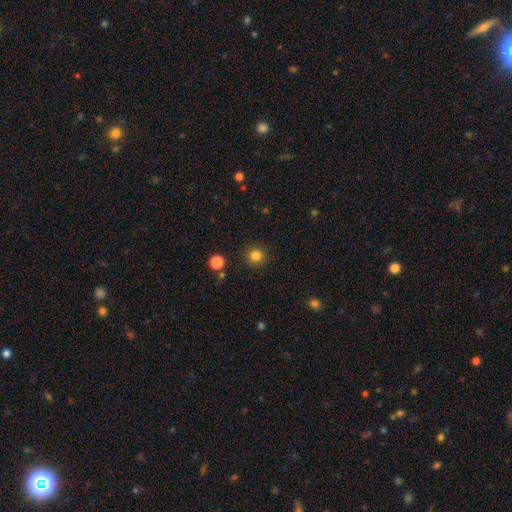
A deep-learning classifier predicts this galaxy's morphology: Smooth or featured? Predicted: smooth (p=0.83). How rounded? Predicted: round (p=0.94). Merging? Predicted: none (p=0.91).